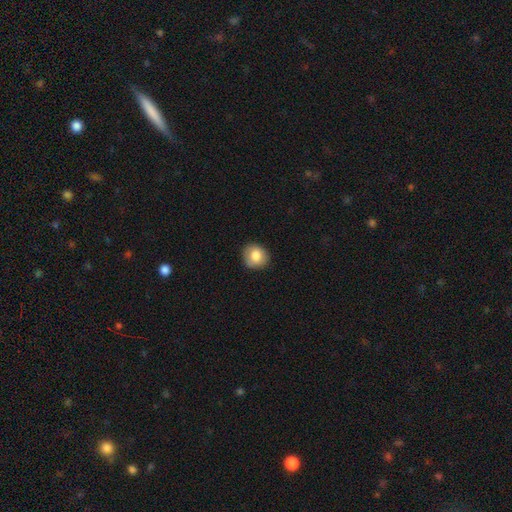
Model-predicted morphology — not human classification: Smooth or featured? smooth (81%)
How rounded? round (80%)
Merging? none (83%)